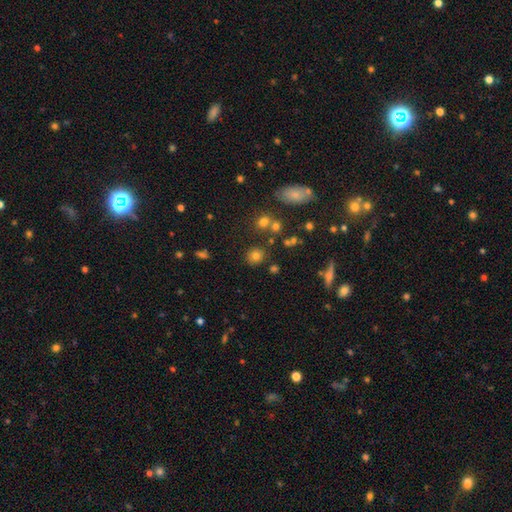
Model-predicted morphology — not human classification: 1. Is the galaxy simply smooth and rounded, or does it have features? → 75% smooth, 17% star or artifact, 8% featured or disk.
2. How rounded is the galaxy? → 84% round, 15% in between, 1% cigar-shaped.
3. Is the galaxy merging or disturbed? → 82% none, 9% minor disturbance, 6% merger, 3% major disturbance.